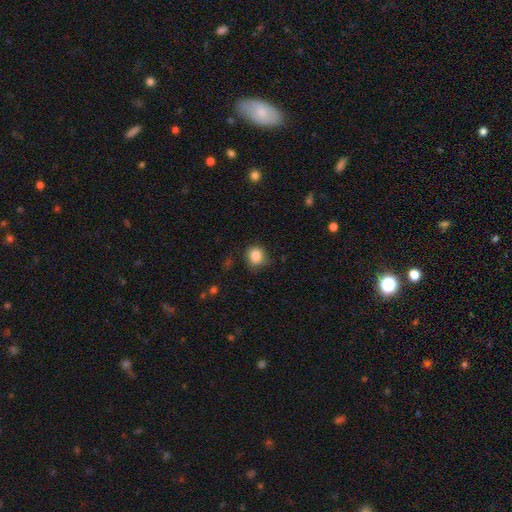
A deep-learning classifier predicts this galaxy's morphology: Smooth or featured: smooth — 85% (star or artifact — 10%)
How rounded: round — 74% (in between — 25%)
Merging: none — 74% (minor disturbance — 20%)